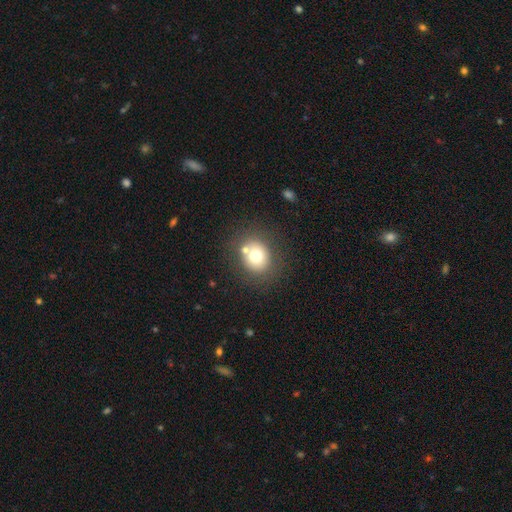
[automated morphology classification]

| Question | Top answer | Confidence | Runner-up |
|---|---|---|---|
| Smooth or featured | smooth | 71% | featured or disk (17%) |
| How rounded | round | 73% | in between (26%) |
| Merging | none | 70% | merger (14%) |